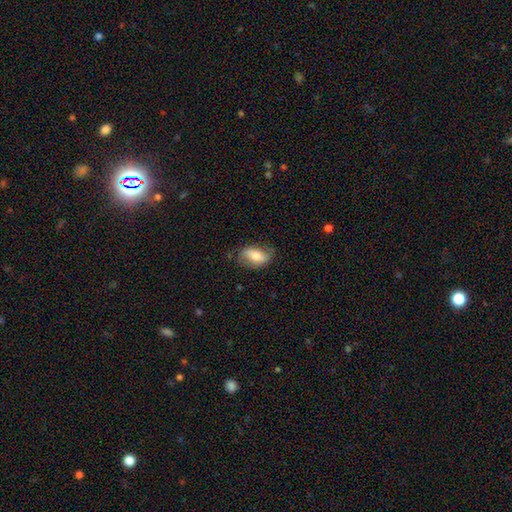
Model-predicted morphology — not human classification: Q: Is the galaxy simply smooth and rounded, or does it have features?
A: smooth — 64%.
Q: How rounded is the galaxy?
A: in between — 87%.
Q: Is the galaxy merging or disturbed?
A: none — 68%.